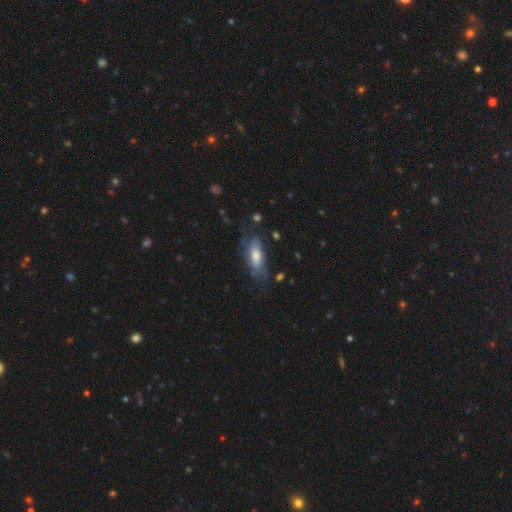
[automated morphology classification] Overall: smooth (47%; featured or disk 45%). Merging: none (58%; minor disturbance 25%).